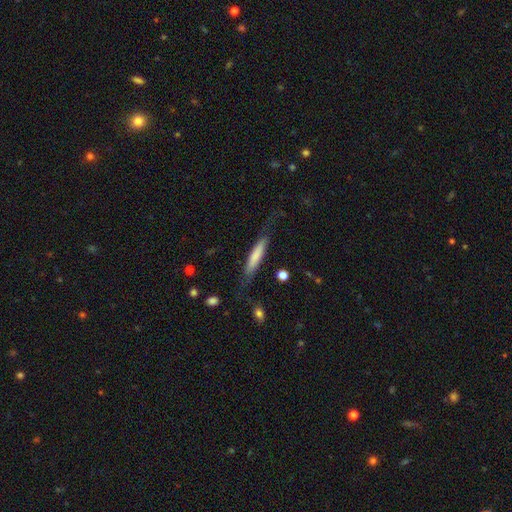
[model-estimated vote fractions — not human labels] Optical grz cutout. It shows a smooth galaxy with no disk features (70%) that is cigar-shaped (88%). Merging: none (71%).